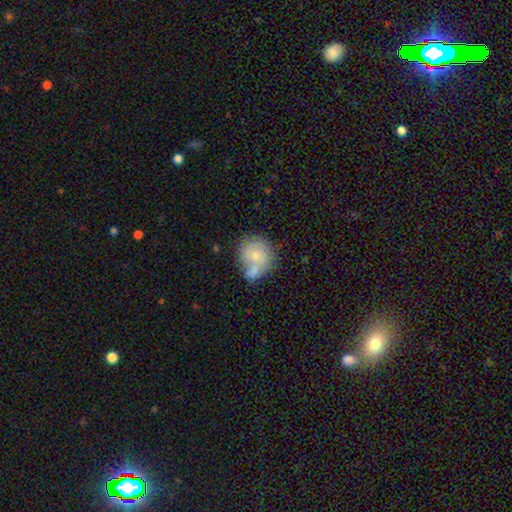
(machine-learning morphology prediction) The model was most divided on "merging": merger: 48%, none: 31%, minor disturbance: 15%, major disturbance: 6%. More confident: how rounded — round (78%); smooth or featured — smooth (58%).